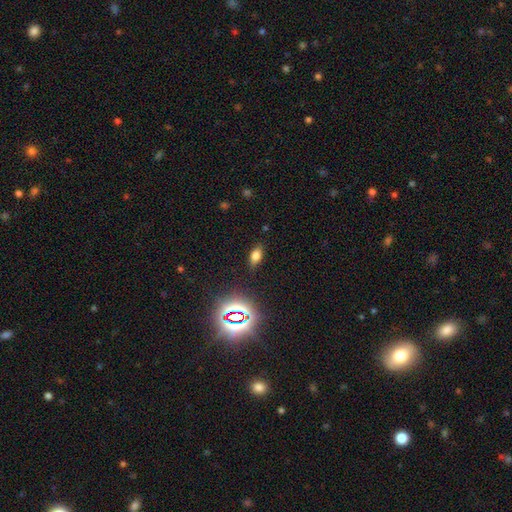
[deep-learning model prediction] Smooth or featured? Predicted: smooth (p=0.69). How rounded? Predicted: in between (p=0.84). Merging? Predicted: none (p=0.83).